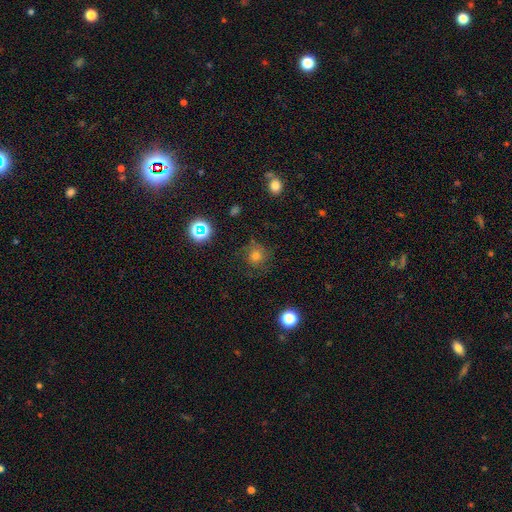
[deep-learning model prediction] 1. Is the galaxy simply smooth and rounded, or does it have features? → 58% smooth, 24% star or artifact, 18% featured or disk.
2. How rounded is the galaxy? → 92% round, 7% in between, 1% cigar-shaped.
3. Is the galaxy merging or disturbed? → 77% none, 15% minor disturbance, 7% major disturbance, 2% merger.